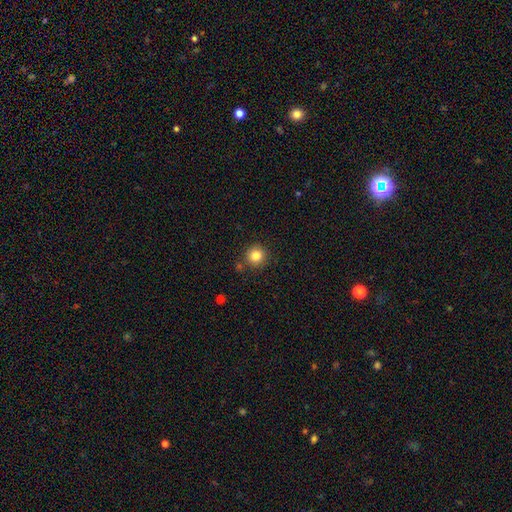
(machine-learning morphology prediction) This is clearly a smooth galaxy (83%). How rounded: clearly round (93%). Merging: clearly none (84%).